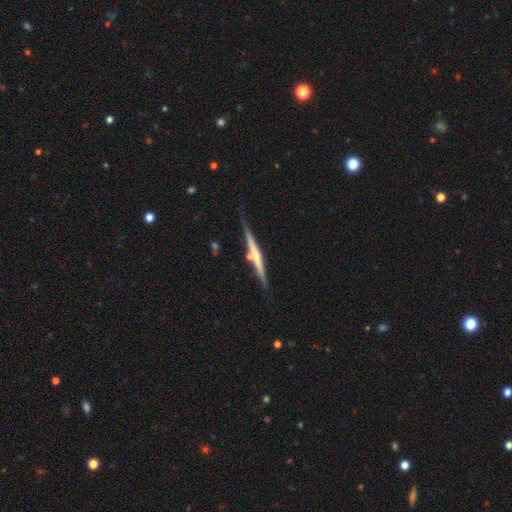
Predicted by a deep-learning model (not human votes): This appears to be a featured or disk galaxy (66%) viewed edge-on (97%) with no central bulge (49%). Merging: none (75%).